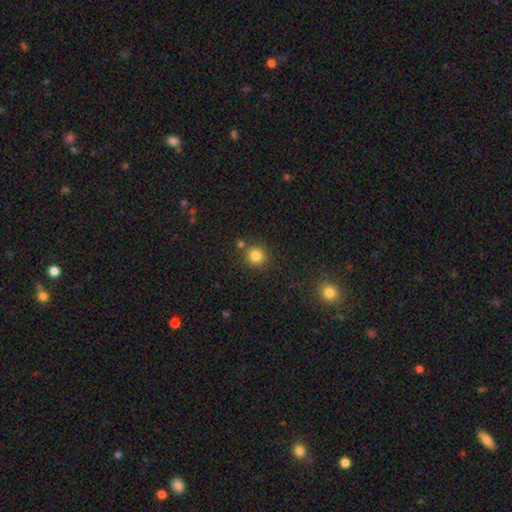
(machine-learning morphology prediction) smooth 83%, star or artifact 12%, featured or disk 5%. Down the decision tree: how rounded — round (91%); merging — none (80%).